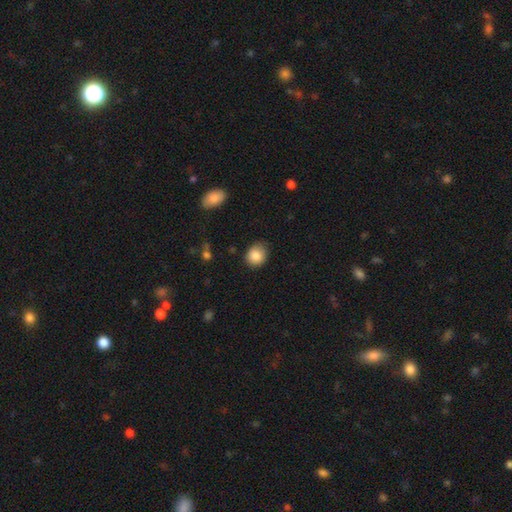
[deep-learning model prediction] Morphology: type=smooth (85%); roundness=round (66%); merging=none (77%).